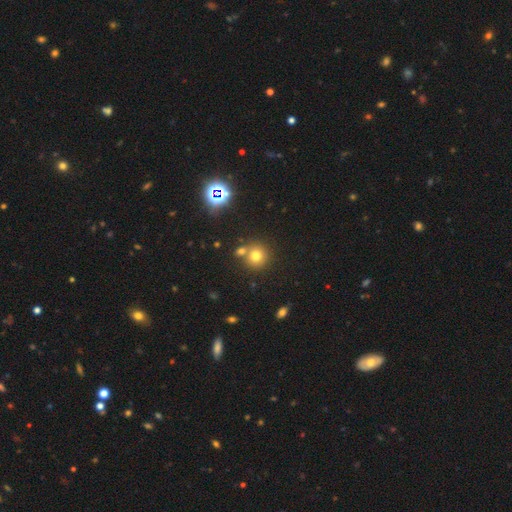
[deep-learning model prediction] smooth 73%, star or artifact 17%, featured or disk 10%. Down the decision tree: how rounded — round (90%); merging — none (65%).